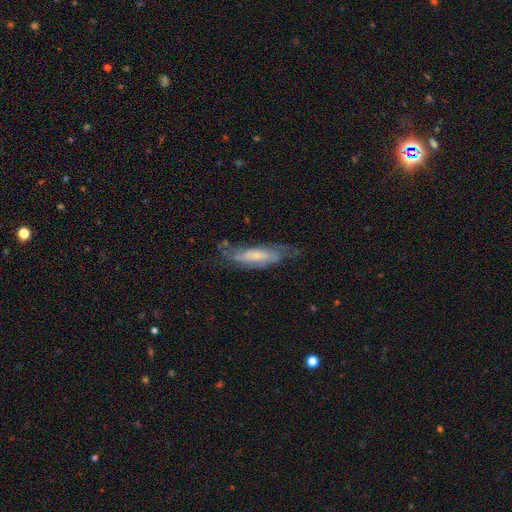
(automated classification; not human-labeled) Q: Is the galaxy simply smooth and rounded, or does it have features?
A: featured or disk — 60%.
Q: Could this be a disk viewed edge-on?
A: no — 67%.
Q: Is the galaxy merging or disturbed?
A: none — 60%.